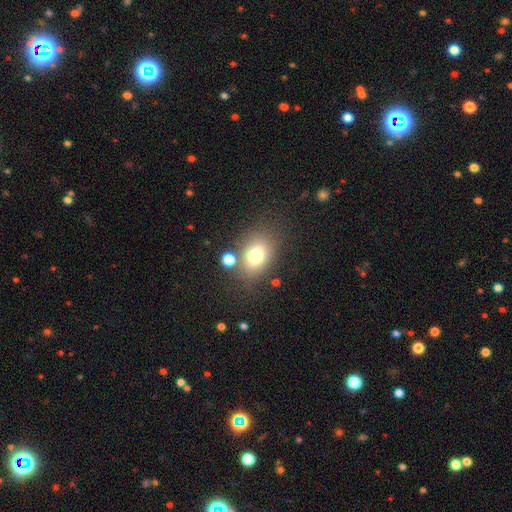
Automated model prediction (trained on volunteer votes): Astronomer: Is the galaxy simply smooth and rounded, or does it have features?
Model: smooth — 74%.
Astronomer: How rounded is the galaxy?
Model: in between — 67%.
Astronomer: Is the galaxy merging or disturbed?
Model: none — 70%.